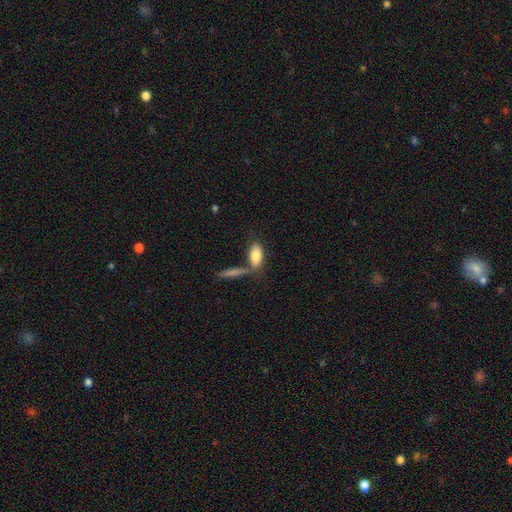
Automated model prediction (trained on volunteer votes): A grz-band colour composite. It shows a smooth galaxy with no disk features (81%) that is in between round and cigar-shaped (85%). Merging: none (55%).